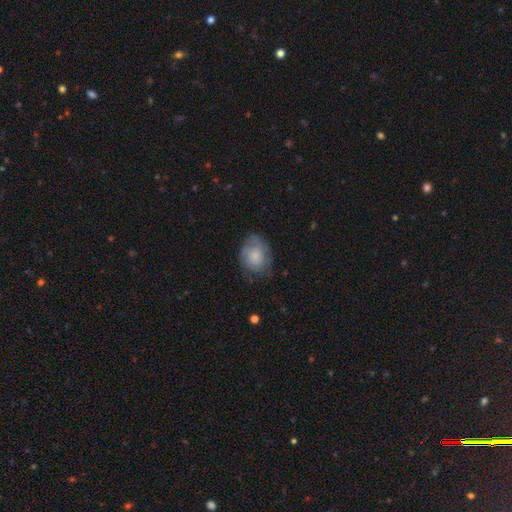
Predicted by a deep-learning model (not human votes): Overall: smooth (63%; featured or disk 29%). How rounded: in between (63%; round 36%). Merging: none (62%; minor disturbance 26%).